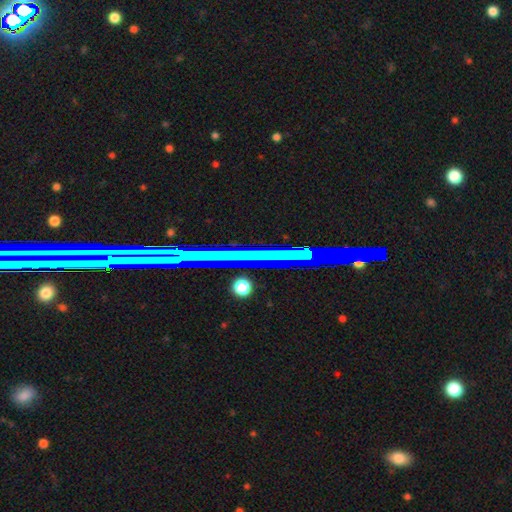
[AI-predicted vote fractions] Morphology: type=star or artifact (55%).